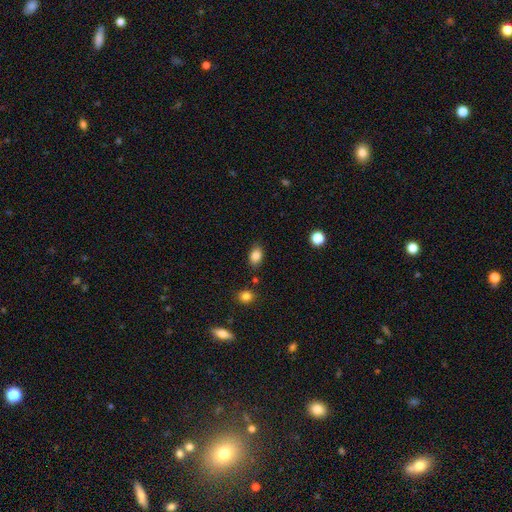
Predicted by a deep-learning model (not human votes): smooth 85%, star or artifact 9%, featured or disk 6%. Down the decision tree: how rounded — in between (82%); merging — none (81%).